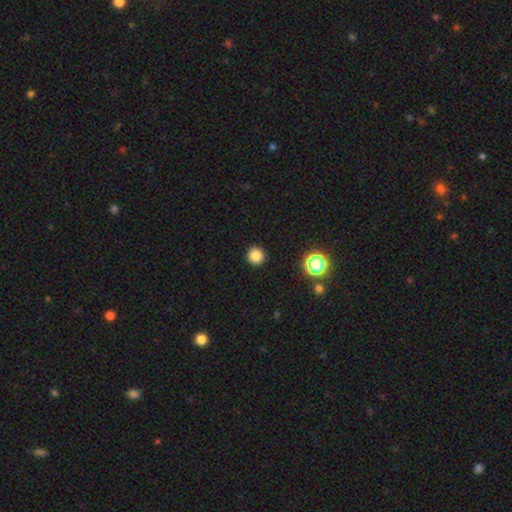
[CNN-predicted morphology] smooth-or-featured: smooth: 82% | star or artifact: 14% | featured or disk: 4%
  how-rounded: round: 95% | in between: 4% | cigar-shaped: 1%
  merging: none: 92% | minor disturbance: 5% | major disturbance: 2% | merger: 1%